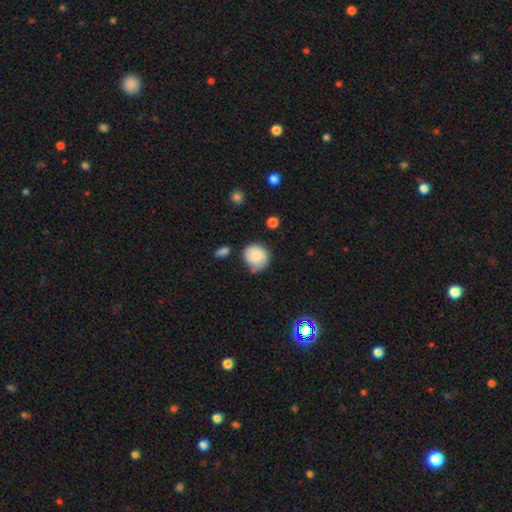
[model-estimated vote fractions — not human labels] Overall: smooth (84%). How rounded: round (85%). Merging: none (67%).